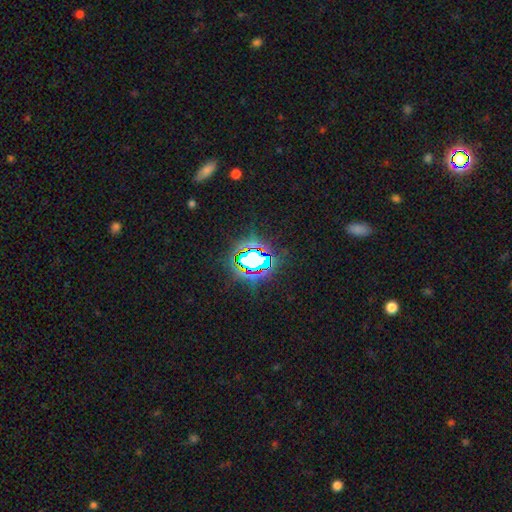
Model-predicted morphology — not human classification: A star or artifact, not a galaxy (69%).

Vote fractions:
- Smooth or featured? star or artifact: 69% / smooth: 18% / featured or disk: 13%